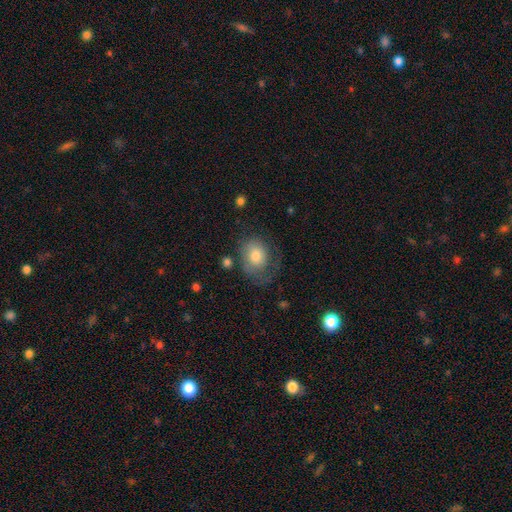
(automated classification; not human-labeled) Smooth or featured? Predicted: smooth (p=0.64). How rounded? Predicted: in between (p=0.54). Merging? Predicted: none (p=0.44).